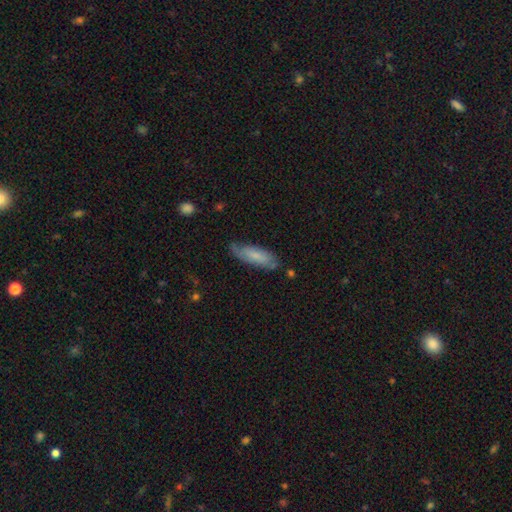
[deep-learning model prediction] smooth 63%, featured or disk 31%, star or artifact 6%. Down the decision tree: how rounded — in between (58%); merging — none (66%).